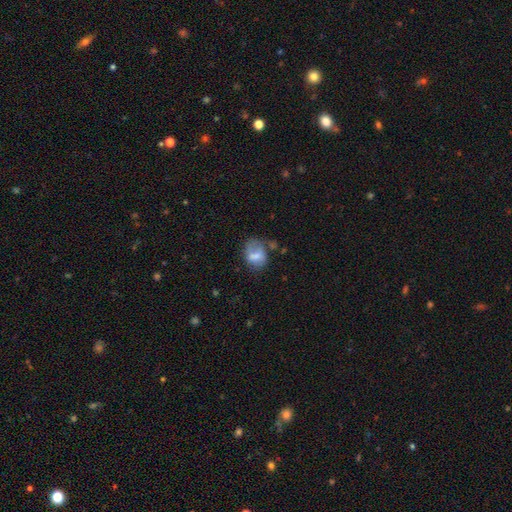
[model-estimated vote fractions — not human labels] Q: Smooth or featured?
A: smooth (58%); runner-up: featured or disk (33%)
Q: How rounded?
A: in between (63%); runner-up: round (35%)
Q: Merging?
A: none (43%); runner-up: minor disturbance (28%)